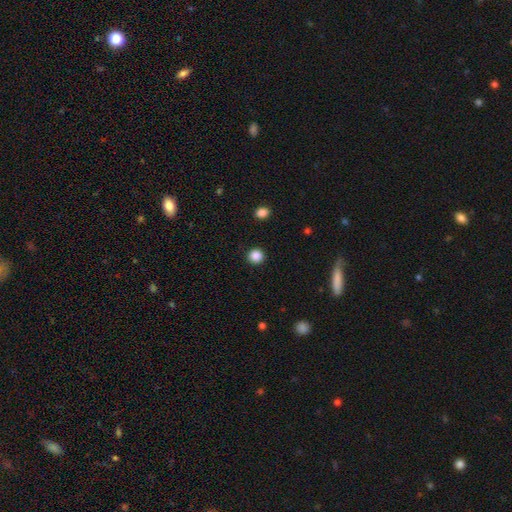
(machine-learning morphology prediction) Smooth or featured? Predicted: smooth (p=0.86). How rounded? Predicted: round (p=0.92). Merging? Predicted: none (p=0.92).